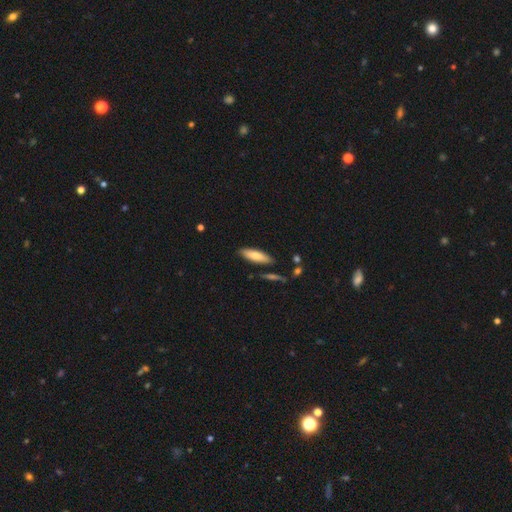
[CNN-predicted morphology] smooth-or-featured: smooth: 77% | featured or disk: 17% | star or artifact: 6%
  how-rounded: cigar-shaped: 52% | in between: 46% | round: 2%
  merging: none: 82% | minor disturbance: 12% | merger: 4% | major disturbance: 2%